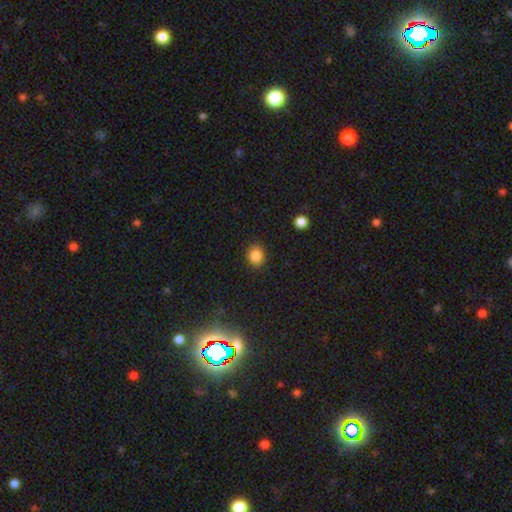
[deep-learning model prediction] Smooth or featured: smooth — 86% (star or artifact — 10%)
How rounded: round — 68% (in between — 31%)
Merging: none — 88% (minor disturbance — 8%)